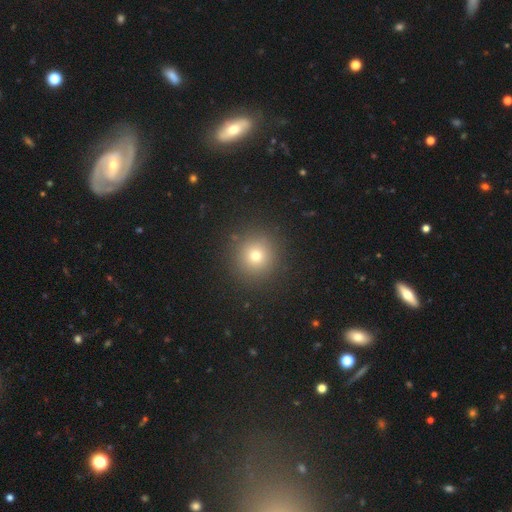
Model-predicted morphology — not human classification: Q: Smooth or featured?
A: smooth (72%); runner-up: star or artifact (18%)
Q: How rounded?
A: round (94%); runner-up: in between (5%)
Q: Merging?
A: none (90%); runner-up: minor disturbance (6%)